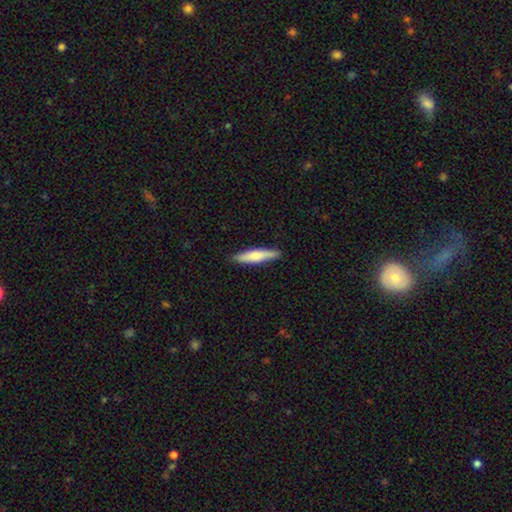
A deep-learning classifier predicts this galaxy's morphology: Smooth or featured?
  - smooth: 66% *
  - featured or disk: 29%
  - star or artifact: 5%
How rounded?
  - cigar-shaped: 83% *
  - in between: 16%
  - round: 1%
Merging?
  - none: 88% *
  - minor disturbance: 9%
  - major disturbance: 2%
  - merger: 1%